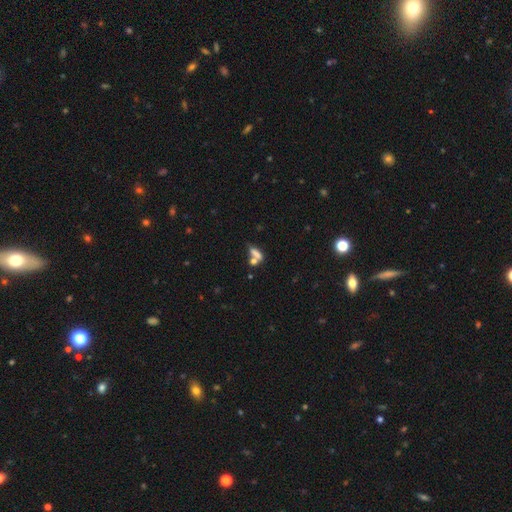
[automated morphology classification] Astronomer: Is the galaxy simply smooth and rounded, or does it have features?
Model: smooth — 68%.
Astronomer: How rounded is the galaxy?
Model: in between — 51% (runner-up: cigar-shaped, 37%).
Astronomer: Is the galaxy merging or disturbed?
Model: merger — 45% (runner-up: none, 38%).